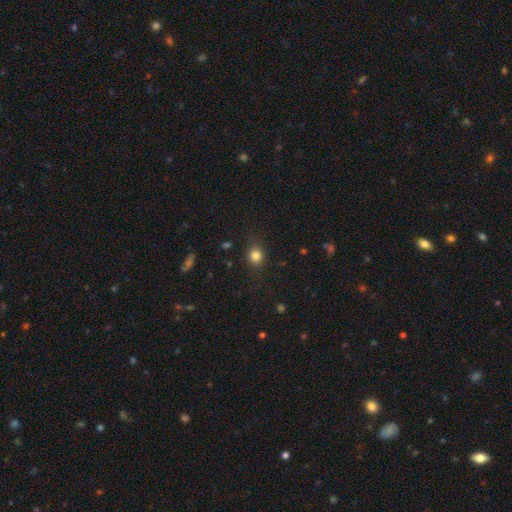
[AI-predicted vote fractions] Smooth or featured: smooth — 82% (star or artifact — 12%)
How rounded: round — 73% (in between — 26%)
Merging: none — 84% (minor disturbance — 11%)